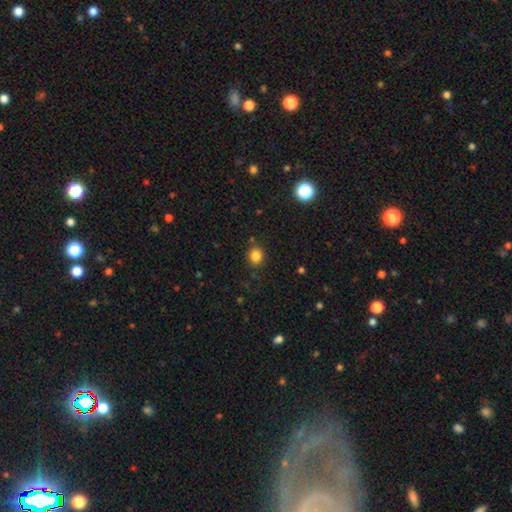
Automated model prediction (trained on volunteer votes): smooth_or_featured: smooth (p=0.83) [alt: star or artifact p=0.12]
how_rounded: round (p=0.75) [alt: in between p=0.24]
merging: none (p=0.85) [alt: minor disturbance p=0.09]